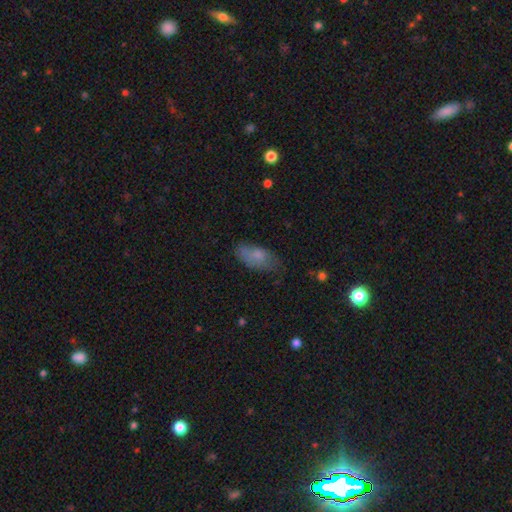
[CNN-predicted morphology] This is likely a smooth galaxy (74%). How rounded: clearly in between (88%). Merging: possibly none (58%).